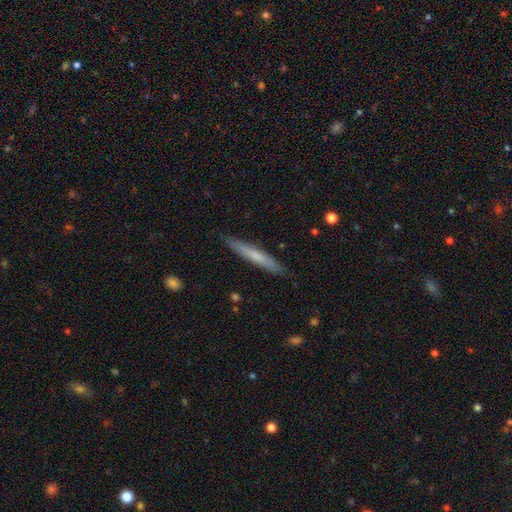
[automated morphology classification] smooth 61%, featured or disk 33%, star or artifact 5%. Down the decision tree: how rounded — cigar-shaped (95%); merging — none (87%).